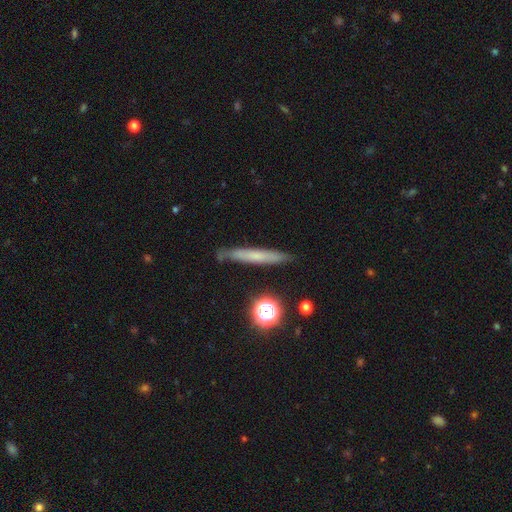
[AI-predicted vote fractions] smooth_or_featured: smooth (p=0.52) [alt: featured or disk p=0.37]
how_rounded: cigar-shaped (p=0.92) [alt: in between p=0.05]
merging: none (p=0.83) [alt: minor disturbance p=0.12]